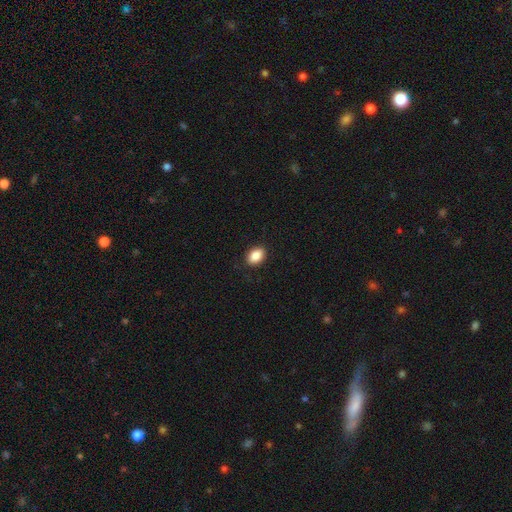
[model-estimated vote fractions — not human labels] Smooth or featured? Predicted: smooth (p=0.88). How rounded? Predicted: in between (p=0.81). Merging? Predicted: none (p=0.89).